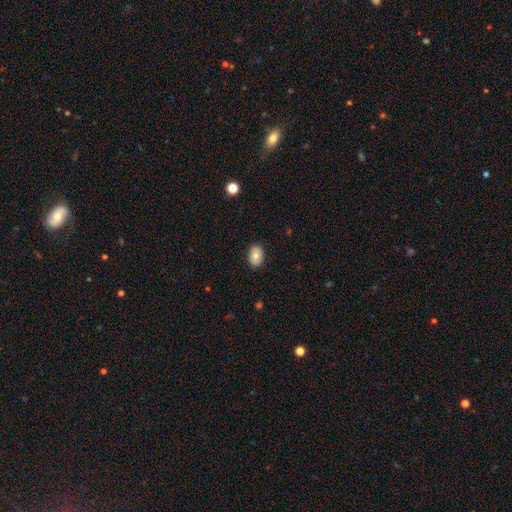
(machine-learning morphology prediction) A smooth galaxy with no disk features (75%) that is in between round and cigar-shaped (82%). Merging: none (87%).